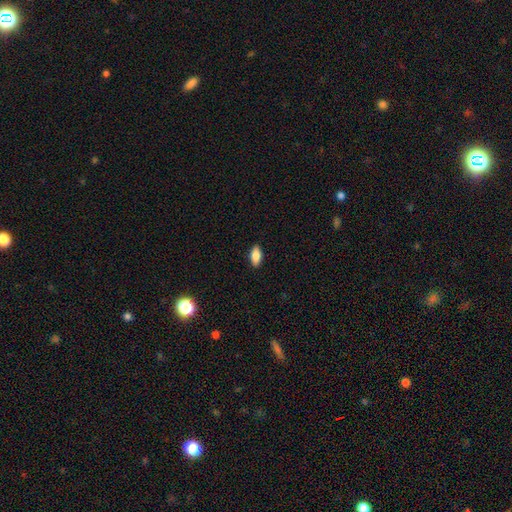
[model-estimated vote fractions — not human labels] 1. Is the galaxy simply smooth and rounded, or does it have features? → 83% smooth, 10% featured or disk, 7% star or artifact.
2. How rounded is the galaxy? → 87% in between, 10% cigar-shaped, 3% round.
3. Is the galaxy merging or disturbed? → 90% none, 8% minor disturbance, 2% major disturbance, 1% merger.